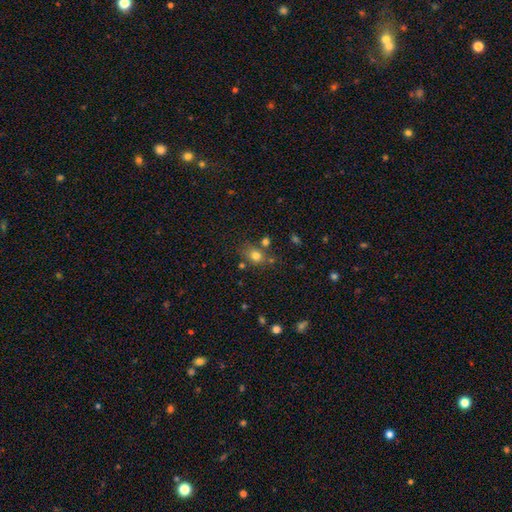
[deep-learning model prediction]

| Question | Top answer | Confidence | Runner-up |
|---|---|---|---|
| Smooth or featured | smooth | 76% | star or artifact (14%) |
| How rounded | in between | 49% | tied: round (49%) |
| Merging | none | 63% | minor disturbance (17%) |